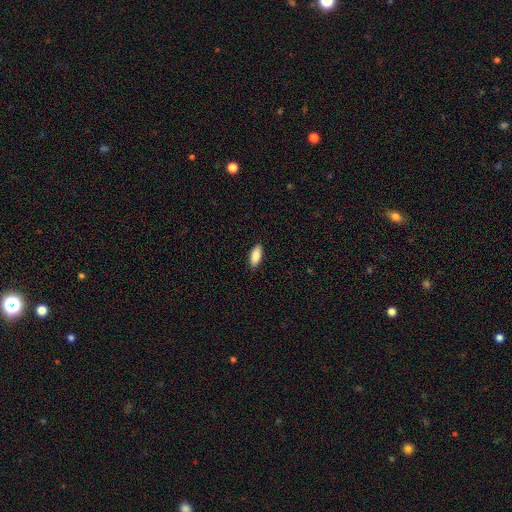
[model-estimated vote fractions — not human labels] A smooth galaxy with no disk features (89%) that is in between round and cigar-shaped (83%).

Vote fractions:
- Smooth or featured? smooth: 89% / star or artifact: 6% / featured or disk: 5%
- How rounded? in between: 83% / cigar-shaped: 15% / round: 2%
- Merging? none: 88% / minor disturbance: 9% / major disturbance: 2% / merger: 1%